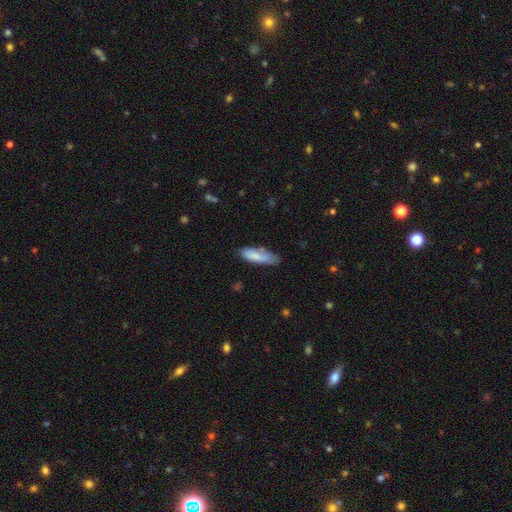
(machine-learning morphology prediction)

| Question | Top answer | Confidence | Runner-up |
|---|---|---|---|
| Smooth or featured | smooth | 79% | featured or disk (15%) |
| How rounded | in between | 58% | cigar-shaped (41%) |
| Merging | none | 56% | minor disturbance (31%) |